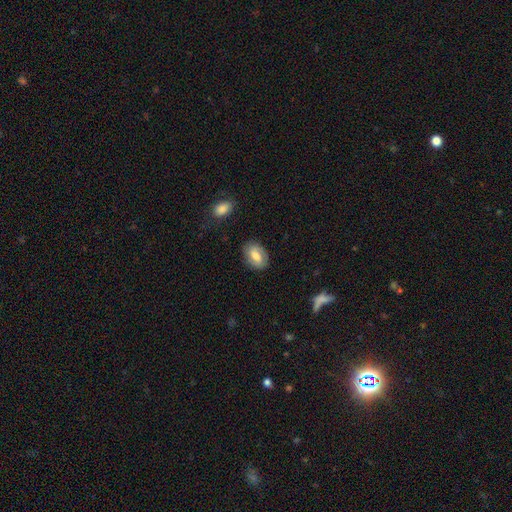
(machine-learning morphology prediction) Overall: smooth (66%; featured or disk 27%). How rounded: in between (86%). Merging: none (79%).